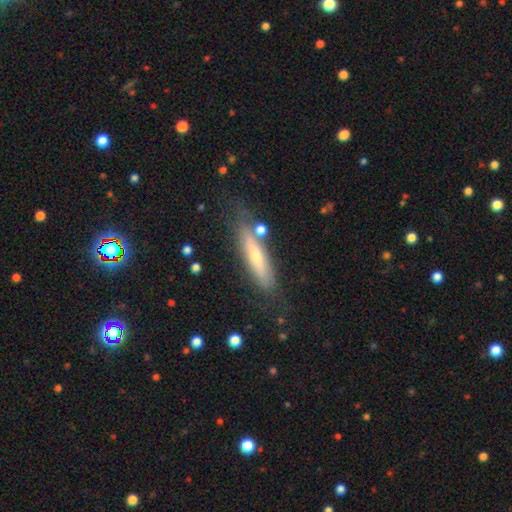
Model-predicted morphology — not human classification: Smooth or featured: smooth — 48% (featured or disk — 44%)
Merging: none — 70% (minor disturbance — 18%)